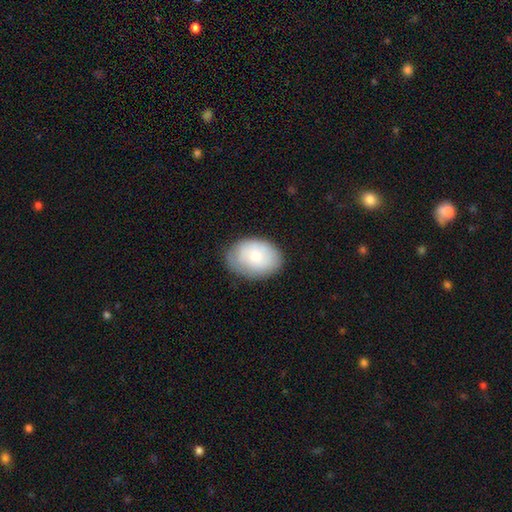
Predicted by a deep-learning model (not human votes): Smooth or featured? smooth (75%)
How rounded? in between (81%)
Merging? none (76%)